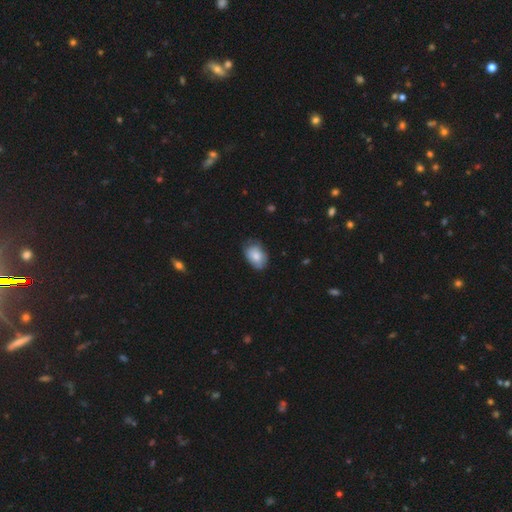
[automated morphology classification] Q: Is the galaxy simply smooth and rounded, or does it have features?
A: smooth — 78%.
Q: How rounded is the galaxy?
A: in between — 83%.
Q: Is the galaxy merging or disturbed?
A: none — 66%.